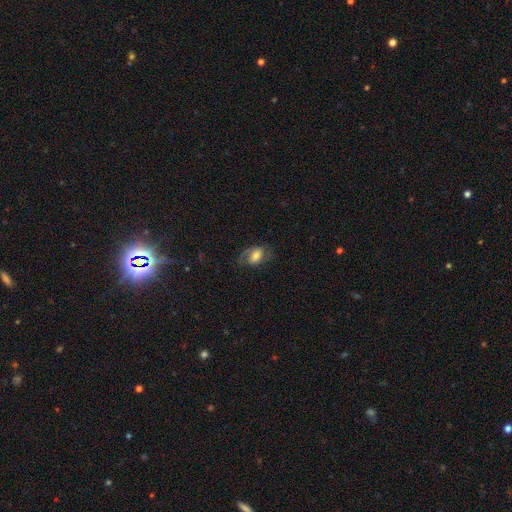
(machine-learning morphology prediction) smooth_or_featured: featured or disk (p=0.53) [alt: smooth p=0.38]
disk_edge_on: no (p=0.95) [alt: yes p=0.05]
bar: weak (p=0.41) [alt: no p=0.38]
has_spiral_arms: yes (p=0.82) [alt: no p=0.18]
bulge_size: moderate (p=0.53) [alt: large p=0.21]
merging: none (p=0.66) [alt: minor disturbance p=0.19]